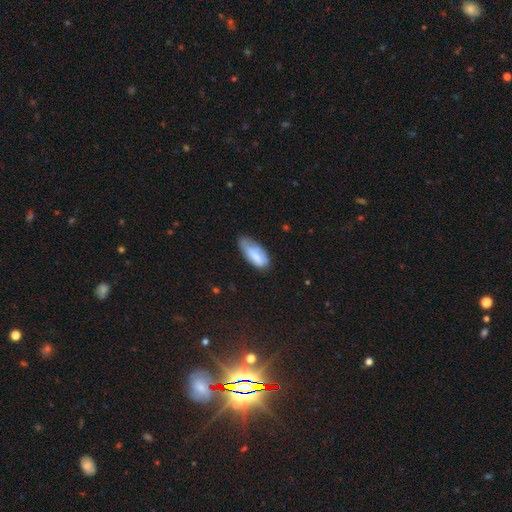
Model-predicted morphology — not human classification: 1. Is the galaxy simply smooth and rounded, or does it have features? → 69% smooth, 24% featured or disk, 7% star or artifact.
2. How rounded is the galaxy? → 85% in between, 13% cigar-shaped, 2% round.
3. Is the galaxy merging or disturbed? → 42% minor disturbance, 39% none, 15% major disturbance, 3% merger.